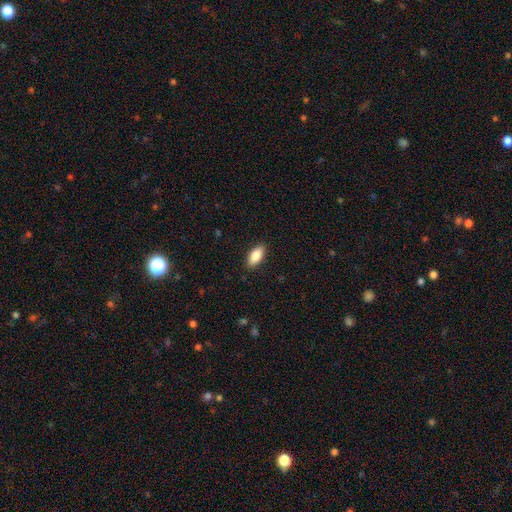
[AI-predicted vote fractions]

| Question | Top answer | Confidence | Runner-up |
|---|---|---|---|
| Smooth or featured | smooth | 85% | featured or disk (8%) |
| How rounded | in between | 90% | cigar-shaped (7%) |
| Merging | none | 89% | minor disturbance (8%) |